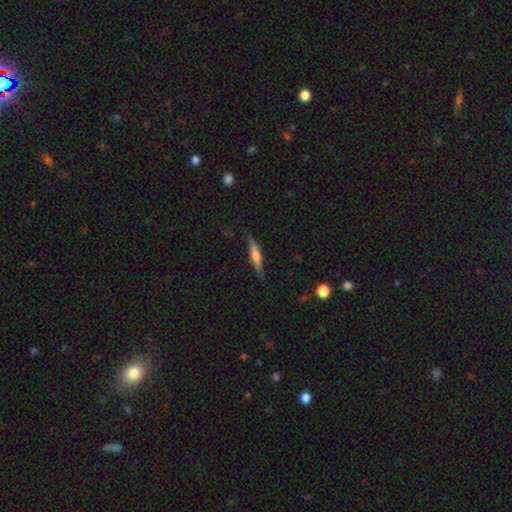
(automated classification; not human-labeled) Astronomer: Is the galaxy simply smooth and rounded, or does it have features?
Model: featured or disk — 54% (runner-up: smooth, 40%).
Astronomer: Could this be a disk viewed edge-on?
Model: yes — 96%.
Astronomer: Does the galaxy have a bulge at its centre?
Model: rounded — 76%.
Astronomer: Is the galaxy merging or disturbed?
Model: none — 83%.